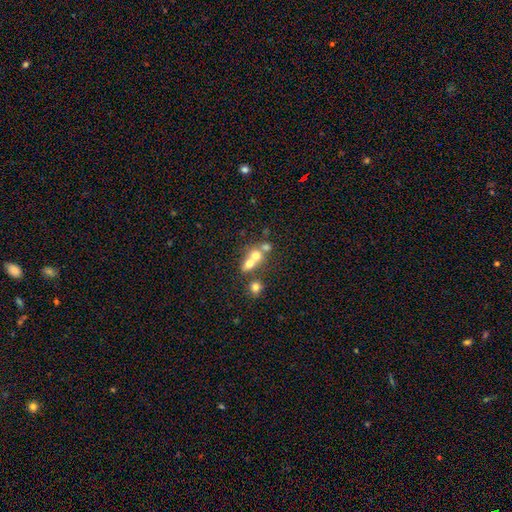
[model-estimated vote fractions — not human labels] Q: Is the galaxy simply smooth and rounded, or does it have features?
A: smooth — 63%.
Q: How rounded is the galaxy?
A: round — 68%.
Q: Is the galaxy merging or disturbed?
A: merger — 60%.